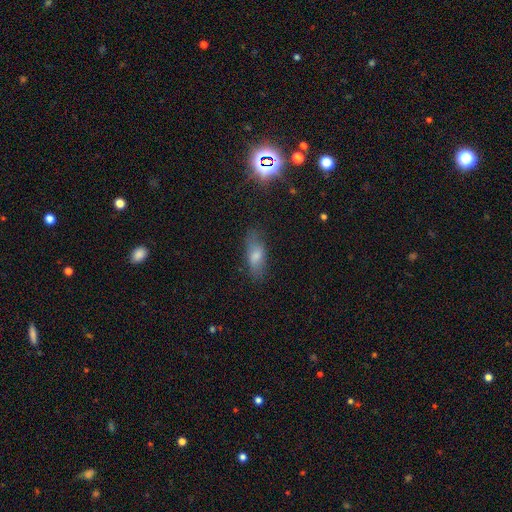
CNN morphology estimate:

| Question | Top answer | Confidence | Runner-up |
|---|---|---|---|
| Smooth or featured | smooth | 67% | featured or disk (20%) |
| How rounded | in between | 70% | cigar-shaped (27%) |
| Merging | none | 76% | minor disturbance (18%) |